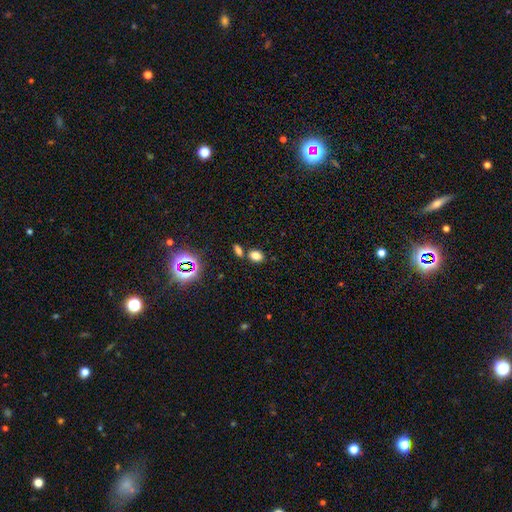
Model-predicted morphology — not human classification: Q: Smooth or featured?
A: smooth (76%); runner-up: star or artifact (16%)
Q: How rounded?
A: in between (71%); runner-up: round (27%)
Q: Merging?
A: none (66%); runner-up: merger (21%)